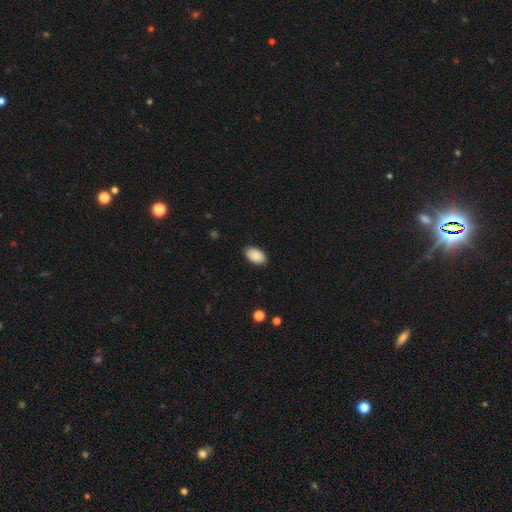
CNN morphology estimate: Q: Smooth or featured?
A: smooth (85%); runner-up: featured or disk (8%)
Q: How rounded?
A: in between (93%); runner-up: round (6%)
Q: Merging?
A: none (86%); runner-up: minor disturbance (11%)